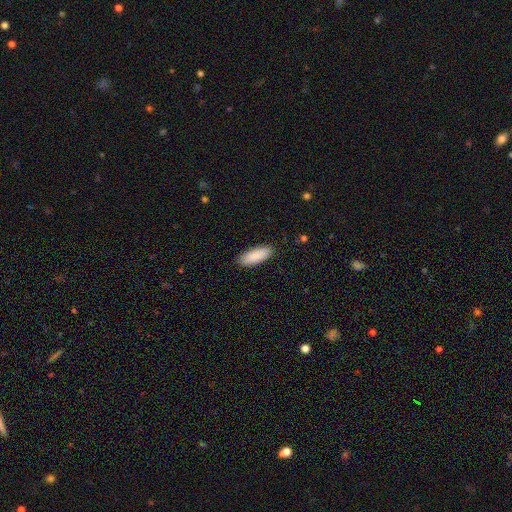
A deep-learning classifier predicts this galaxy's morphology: A smooth galaxy with no disk features (90%) that is in between round and cigar-shaped (69%).

Vote fractions:
- Smooth or featured? smooth: 90% / star or artifact: 6% / featured or disk: 5%
- How rounded? in between: 69% / cigar-shaped: 29% / round: 1%
- Merging? none: 89% / minor disturbance: 8% / major disturbance: 2% / merger: 1%